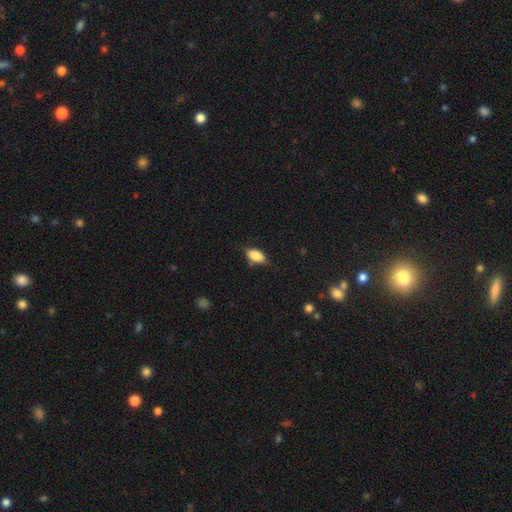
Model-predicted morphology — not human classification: smooth-or-featured: smooth: 81% | featured or disk: 11% | star or artifact: 8%
  how-rounded: in between: 88% | round: 6% | cigar-shaped: 6%
  merging: none: 64% | minor disturbance: 28% | major disturbance: 6% | merger: 2%